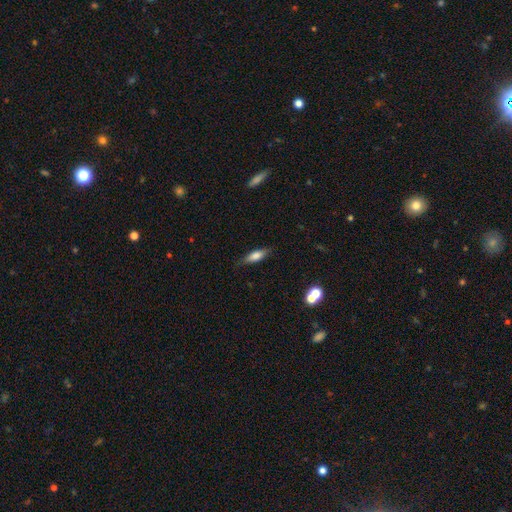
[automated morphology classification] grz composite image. It shows a smooth galaxy with no disk features (72%) that is in between round and cigar-shaped (57%). Merging: none (80%).